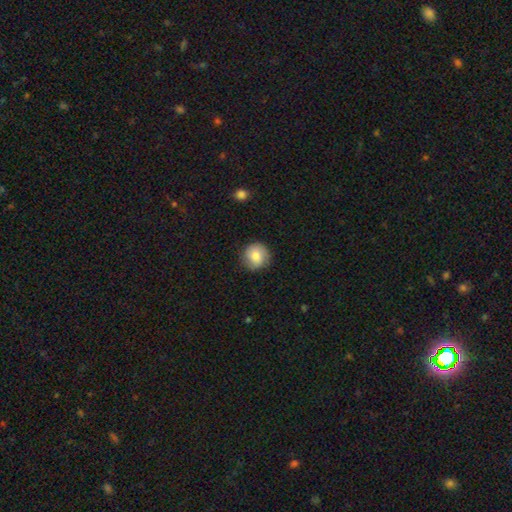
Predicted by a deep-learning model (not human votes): Q: Smooth or featured?
A: smooth (79%); runner-up: featured or disk (13%)
Q: How rounded?
A: round (92%); runner-up: in between (7%)
Q: Merging?
A: none (84%); runner-up: minor disturbance (12%)